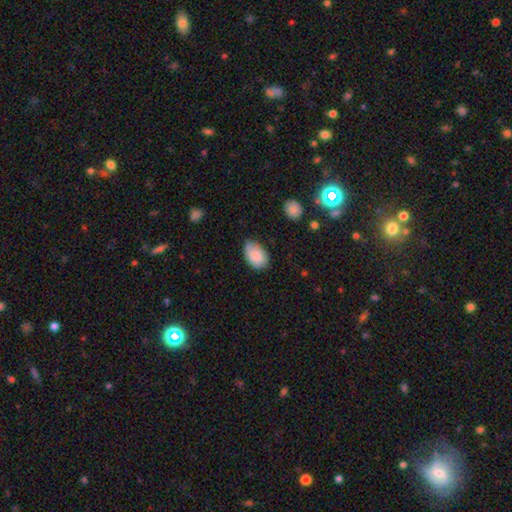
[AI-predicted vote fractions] smooth-or-featured: smooth: 86% | featured or disk: 8% | star or artifact: 7%
  how-rounded: in between: 89% | round: 9% | cigar-shaped: 1%
  merging: none: 60% | minor disturbance: 33% | major disturbance: 5% | merger: 2%